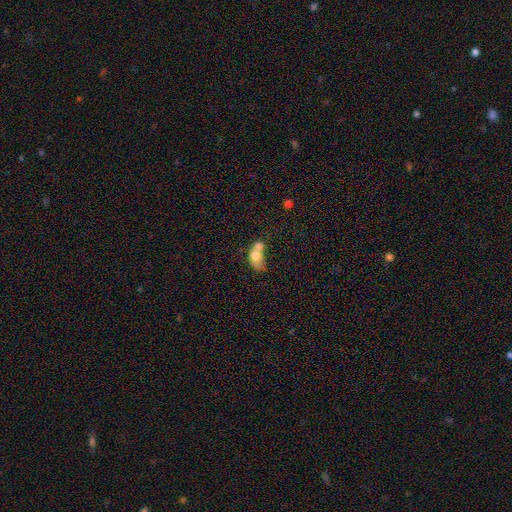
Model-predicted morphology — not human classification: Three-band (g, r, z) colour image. It shows a smooth galaxy with no disk features (69%) that is in between round and cigar-shaped (75%). Merging: merger (65%).